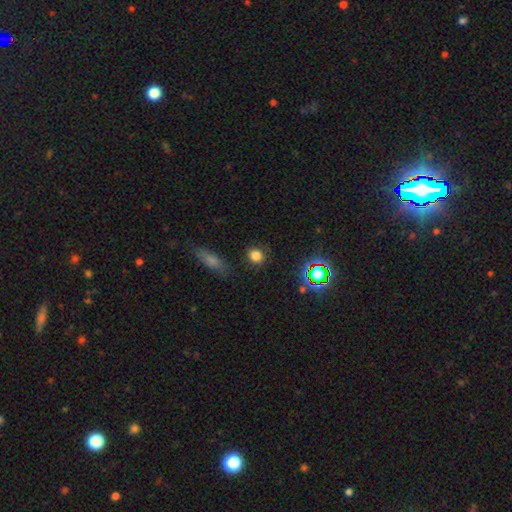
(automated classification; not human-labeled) Smooth or featured: smooth — 80% (star or artifact — 15%)
How rounded: round — 82% (in between — 16%)
Merging: none — 87% (minor disturbance — 9%)